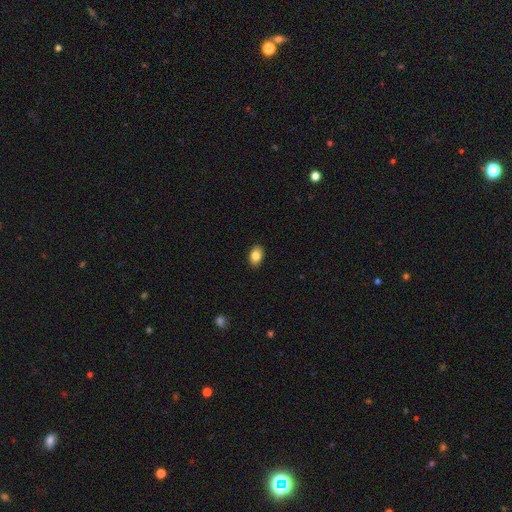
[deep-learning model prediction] Smooth or featured: smooth — 83% (featured or disk — 9%)
How rounded: in between — 85% (round — 14%)
Merging: none — 90% (minor disturbance — 8%)